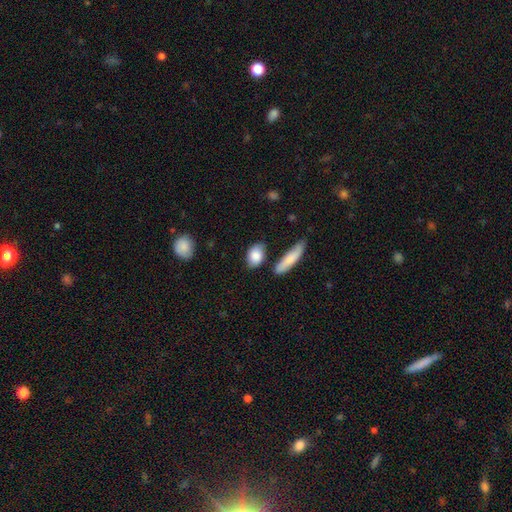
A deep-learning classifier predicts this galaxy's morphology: smooth_or_featured: smooth (p=0.84) [alt: featured or disk p=0.09]
how_rounded: in between (p=0.79) [alt: round p=0.15]
merging: none (p=0.69) [alt: minor disturbance p=0.18]